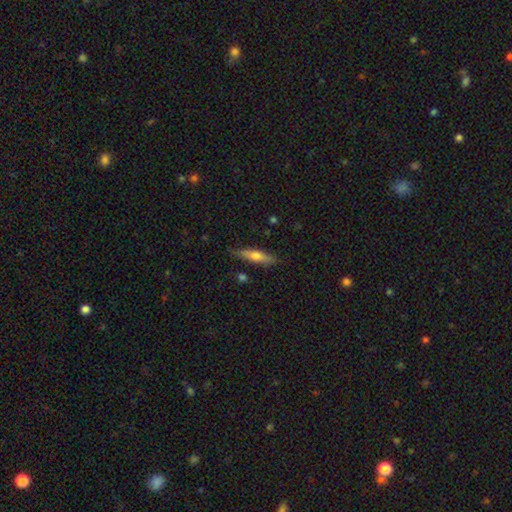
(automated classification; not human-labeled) smooth_or_featured: smooth (p=0.55) [alt: featured or disk p=0.39]
how_rounded: cigar-shaped (p=0.77) [alt: in between p=0.21]
merging: none (p=0.82) [alt: minor disturbance p=0.13]